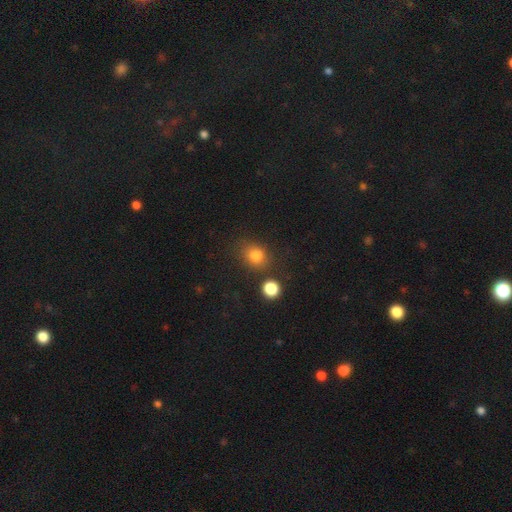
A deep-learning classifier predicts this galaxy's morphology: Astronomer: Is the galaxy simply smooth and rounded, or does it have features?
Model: smooth — 81%.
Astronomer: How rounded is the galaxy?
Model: round — 67%.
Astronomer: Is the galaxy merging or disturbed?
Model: none — 70%.